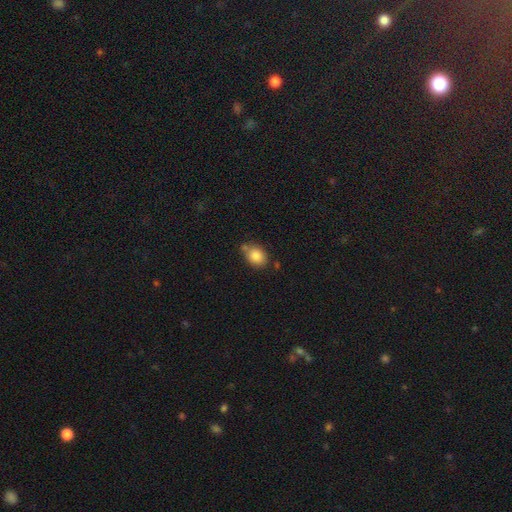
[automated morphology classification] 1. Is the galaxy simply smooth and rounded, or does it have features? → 84% smooth, 9% star or artifact, 7% featured or disk.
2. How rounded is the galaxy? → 58% in between, 40% round, 1% cigar-shaped.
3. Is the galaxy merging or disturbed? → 62% none, 21% minor disturbance, 12% merger, 4% major disturbance.